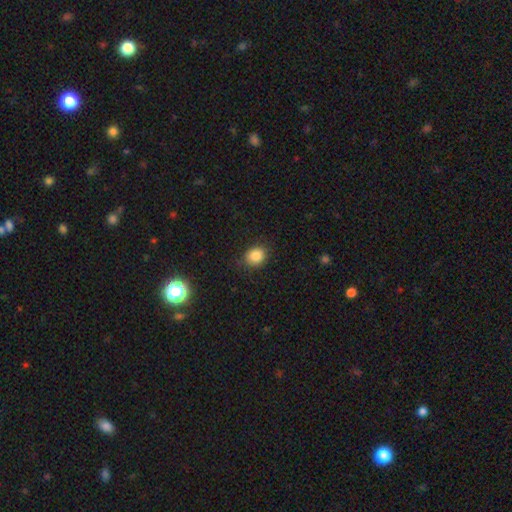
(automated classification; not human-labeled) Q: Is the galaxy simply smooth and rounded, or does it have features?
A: smooth — 85%.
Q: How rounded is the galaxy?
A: round — 64%.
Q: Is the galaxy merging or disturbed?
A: none — 83%.